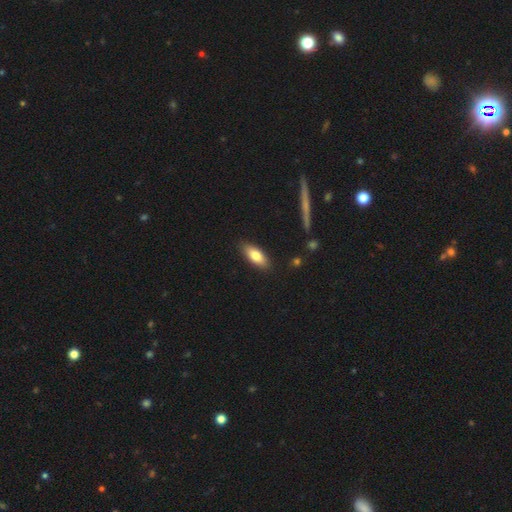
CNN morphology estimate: type=smooth (78%); roundness=in between (76%); merging=none (87%).